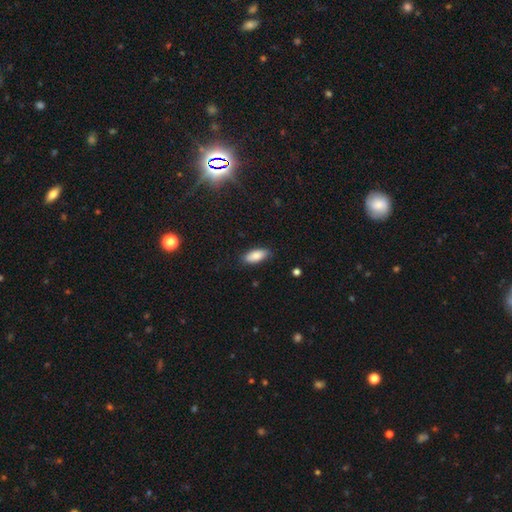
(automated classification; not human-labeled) Smooth or featured? Predicted: smooth (p=0.86). How rounded? Predicted: in between (p=0.86). Merging? Predicted: none (p=0.83).